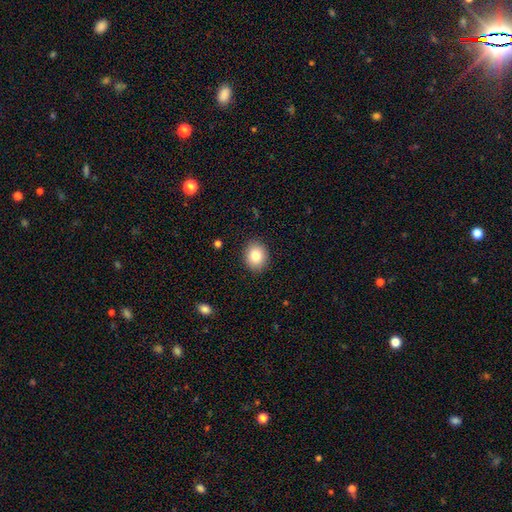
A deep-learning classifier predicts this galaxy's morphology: type=smooth (83%); roundness=round (58%); merging=none (89%).